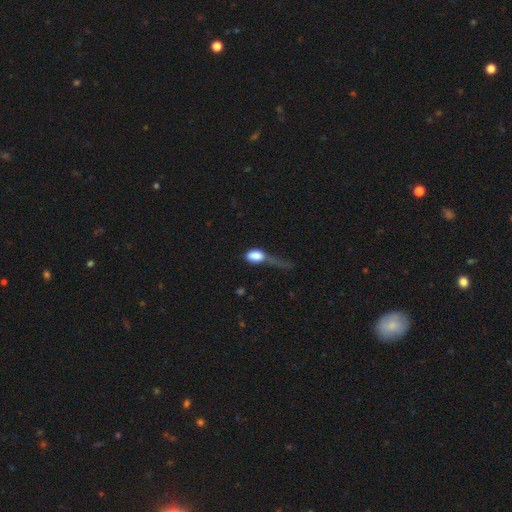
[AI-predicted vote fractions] A smooth galaxy with no disk features (76%) that is in between round and cigar-shaped (82%).

Vote fractions:
- Smooth or featured? smooth: 76% / featured or disk: 14% / star or artifact: 9%
- How rounded? in between: 82% / round: 12% / cigar-shaped: 5%
- Merging? major disturbance: 54% / minor disturbance: 21% / none: 17% / merger: 8%